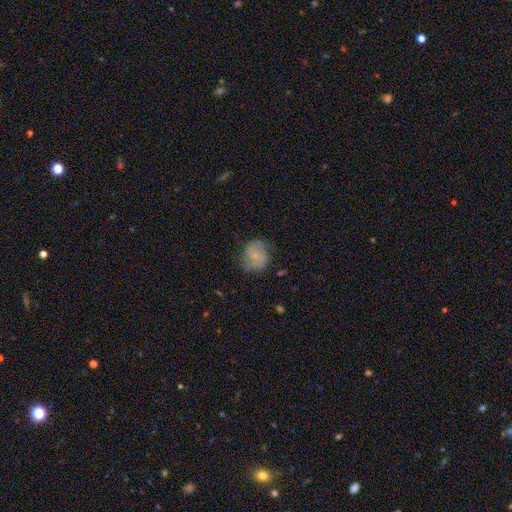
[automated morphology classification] This appears to be a smooth galaxy with no disk features (49%). Merging: none (66%).